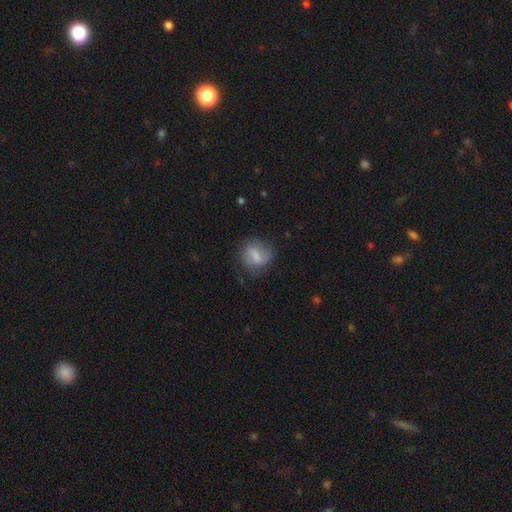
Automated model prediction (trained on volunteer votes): Smooth or featured? Predicted: smooth (p=0.55). How rounded? Predicted: round (p=0.52). Merging? Predicted: none (p=0.58).